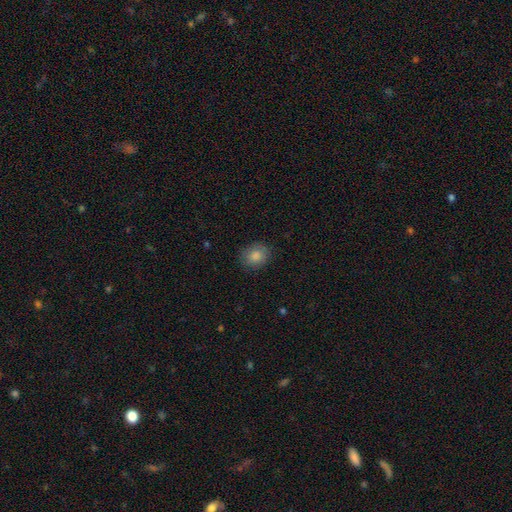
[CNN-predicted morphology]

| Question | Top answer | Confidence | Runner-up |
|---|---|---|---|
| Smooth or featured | smooth | 85% | star or artifact (8%) |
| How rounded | round | 67% | in between (32%) |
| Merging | none | 84% | minor disturbance (12%) |